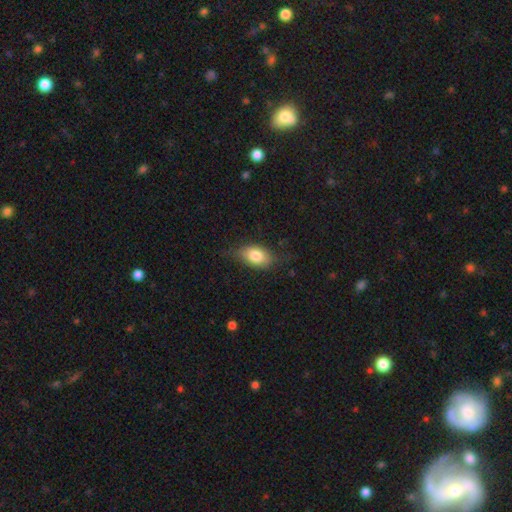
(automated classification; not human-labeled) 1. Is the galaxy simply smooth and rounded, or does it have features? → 80% smooth, 13% featured or disk, 8% star or artifact.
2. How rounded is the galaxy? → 85% in between, 12% round, 3% cigar-shaped.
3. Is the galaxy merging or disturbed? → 68% none, 24% minor disturbance, 7% major disturbance, 1% merger.